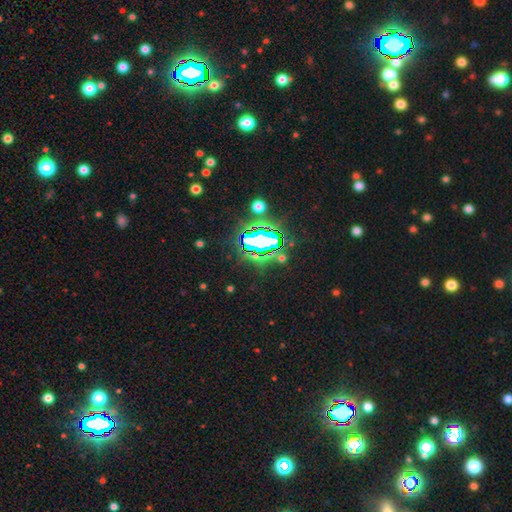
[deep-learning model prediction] Smooth or featured: star or artifact — 75% (smooth — 15%)